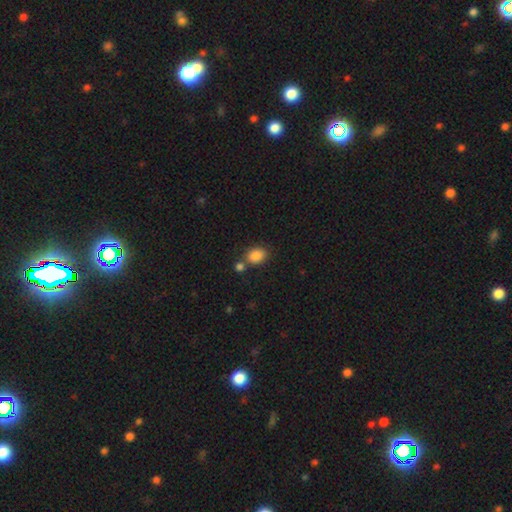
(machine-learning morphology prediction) This is clearly a smooth galaxy (86%). How rounded: possibly in between (59%). Merging: likely none (65%).